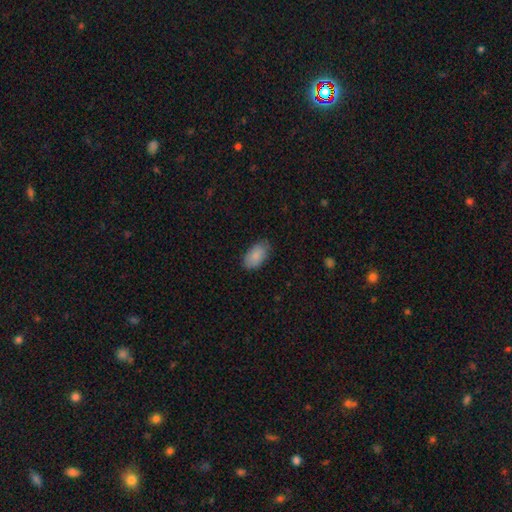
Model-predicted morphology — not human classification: This appears to be a smooth galaxy with no disk features (87%) that is in between round and cigar-shaped (94%). Merging: none (81%).